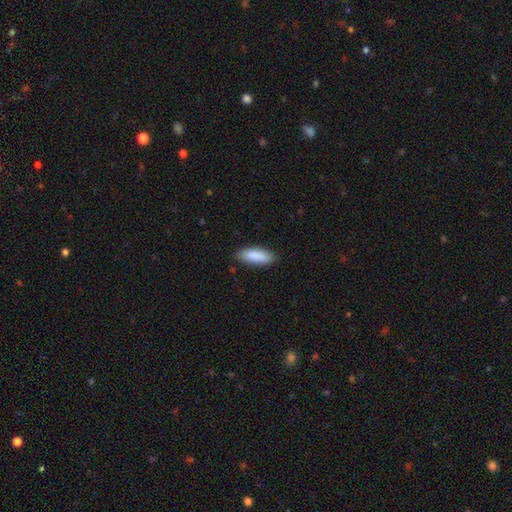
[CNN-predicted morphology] A smooth galaxy with no disk features (89%) that is in between round and cigar-shaped (64%). Merging: none (84%).